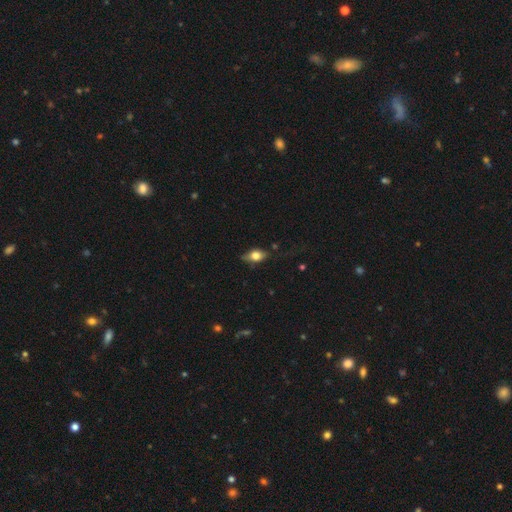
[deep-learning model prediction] This appears to be a smooth galaxy with no disk features (70%) that is in between round and cigar-shaped (80%). Merging: none (62%).